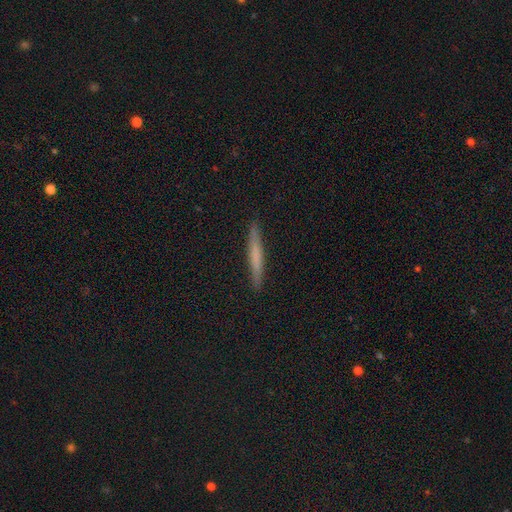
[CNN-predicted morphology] Smooth or featured? Predicted: smooth (p=0.58). How rounded? Predicted: cigar-shaped (p=0.96). Merging? Predicted: none (p=0.91).